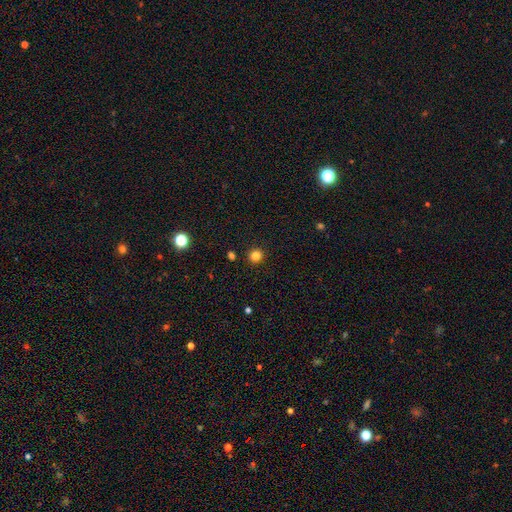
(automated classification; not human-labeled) This appears to be a smooth galaxy with no disk features (82%) that is round (93%). Merging: none (92%).